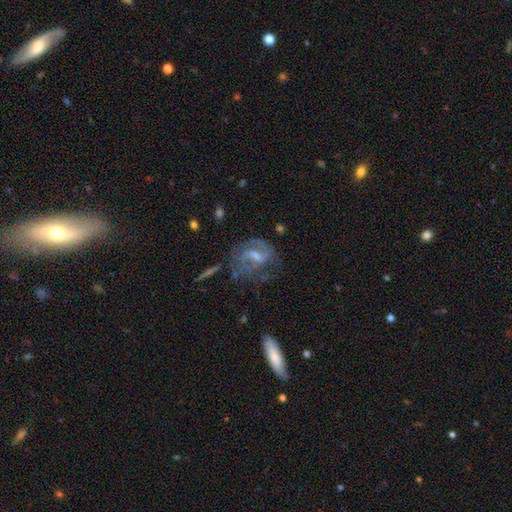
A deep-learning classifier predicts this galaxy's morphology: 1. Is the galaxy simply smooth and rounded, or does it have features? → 75% featured or disk, 15% smooth, 10% star or artifact.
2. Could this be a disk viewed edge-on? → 96% no, 4% yes.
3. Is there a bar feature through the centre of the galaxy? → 51% weak, 25% strong, 23% no.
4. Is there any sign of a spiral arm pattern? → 86% yes, 14% no.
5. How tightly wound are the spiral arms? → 47% medium, 32% tight, 21% loose.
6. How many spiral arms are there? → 60% 2, 21% can't tell, 8% 1, 7% 3, 2% 4, 2% more than 4.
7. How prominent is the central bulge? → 39% moderate, 38% small, 16% none, 5% large, 1% dominant.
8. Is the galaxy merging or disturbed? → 58% none, 20% minor disturbance, 18% major disturbance, 4% merger.